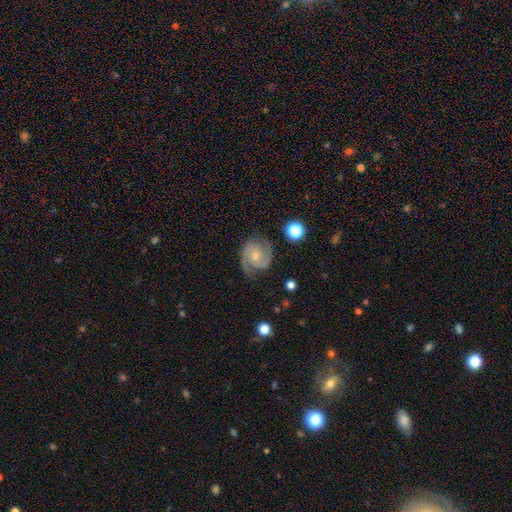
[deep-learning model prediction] This is clearly a featured or disk galaxy (88%). It is clearly not viewed edge-on (98%). Bar: likely no (69%). Spiral arm pattern: clearly yes (98%). Spiral arm count: clearly 2 (91%). Spiral winding: possibly medium (46%). Central bulge: possibly small (58%). Merging: likely none (80%).